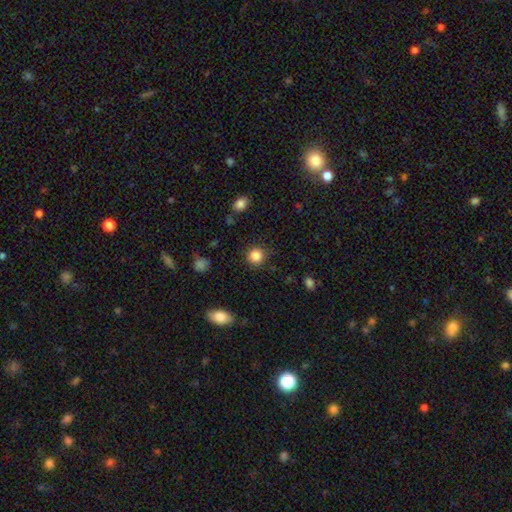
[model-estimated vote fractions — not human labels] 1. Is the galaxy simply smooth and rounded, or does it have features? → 86% smooth, 11% star or artifact, 4% featured or disk.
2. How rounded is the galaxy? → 92% round, 7% in between, 1% cigar-shaped.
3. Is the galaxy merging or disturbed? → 86% none, 9% minor disturbance, 3% major disturbance, 2% merger.